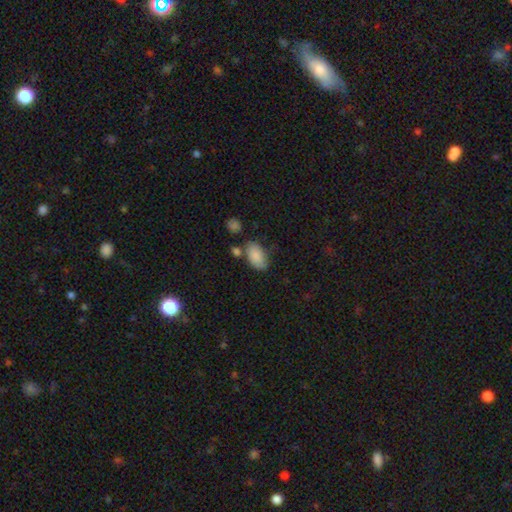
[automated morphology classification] Smooth or featured: smooth — 87% (star or artifact — 7%)
How rounded: in between — 93% (round — 5%)
Merging: none — 61% (minor disturbance — 20%)